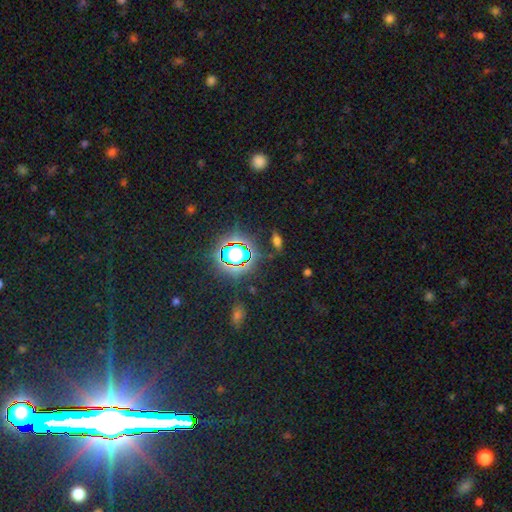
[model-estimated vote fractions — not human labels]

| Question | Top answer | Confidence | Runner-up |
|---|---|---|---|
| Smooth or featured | star or artifact | 72% | smooth (19%) |